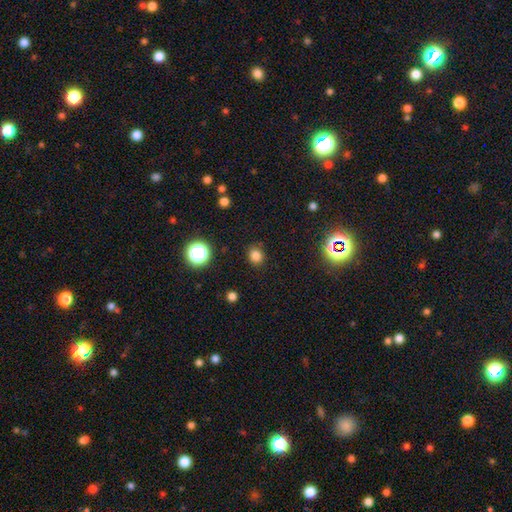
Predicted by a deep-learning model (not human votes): Q: Smooth or featured?
A: smooth (81%); runner-up: star or artifact (15%)
Q: How rounded?
A: round (80%); runner-up: in between (19%)
Q: Merging?
A: none (88%); runner-up: minor disturbance (8%)